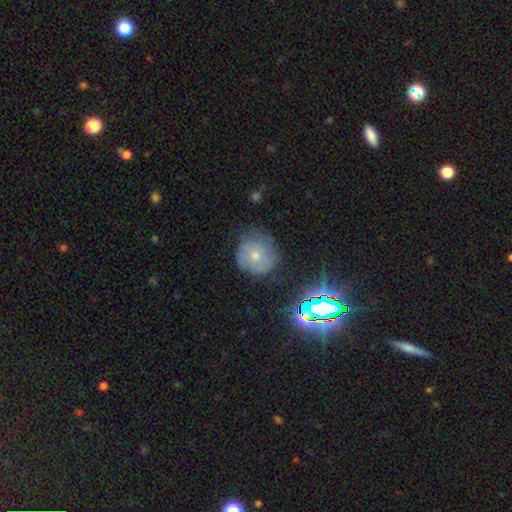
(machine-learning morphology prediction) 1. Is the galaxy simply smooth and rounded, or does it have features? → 50% smooth, 33% featured or disk, 17% star or artifact.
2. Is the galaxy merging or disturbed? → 61% none, 28% minor disturbance, 9% major disturbance, 2% merger.